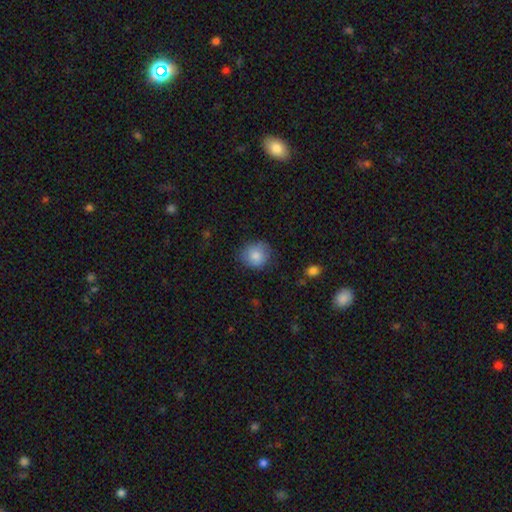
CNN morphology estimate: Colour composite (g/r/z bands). It shows a smooth galaxy with no disk features (85%) that is round (84%). Merging: none (78%).